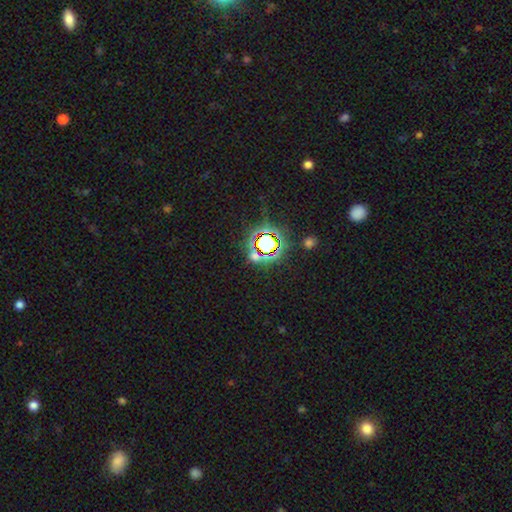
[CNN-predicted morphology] Smooth or featured? star or artifact (64%)